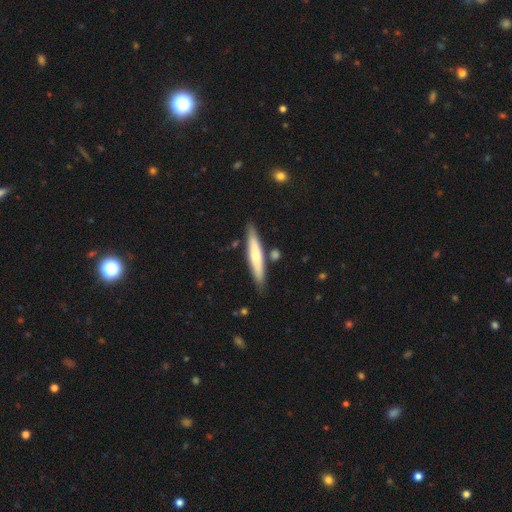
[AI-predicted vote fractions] Smooth or featured: smooth — 59% (featured or disk — 35%)
How rounded: cigar-shaped — 91% (in between — 7%)
Merging: none — 84% (minor disturbance — 10%)